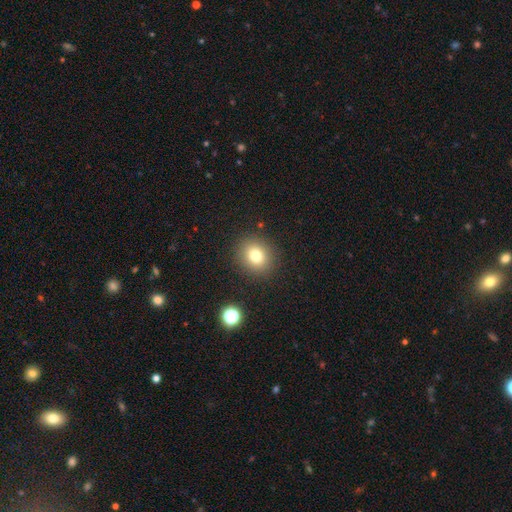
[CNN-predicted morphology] Smooth or featured?
  - smooth: 77% *
  - star or artifact: 14%
  - featured or disk: 9%
How rounded?
  - round: 76% *
  - in between: 23%
  - cigar-shaped: 1%
Merging?
  - none: 89% *
  - minor disturbance: 7%
  - major disturbance: 3%
  - merger: 2%